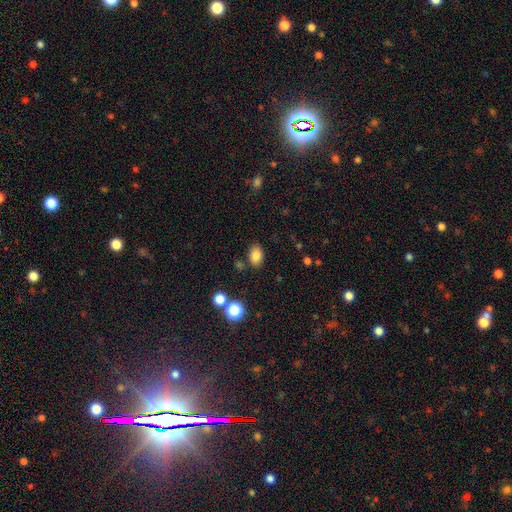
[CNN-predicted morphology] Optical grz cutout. It shows a smooth galaxy with no disk features (83%) that is in between round and cigar-shaped (81%). Merging: none (81%).